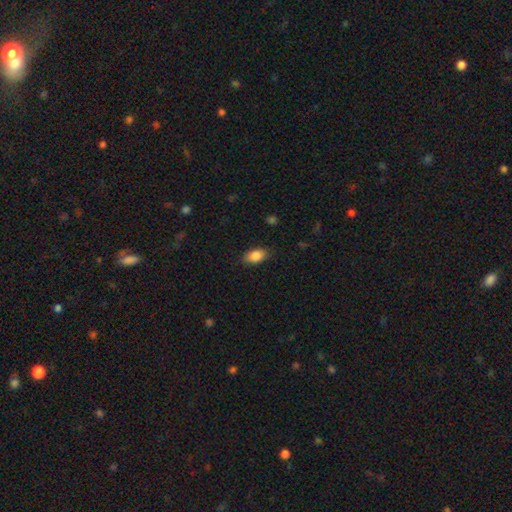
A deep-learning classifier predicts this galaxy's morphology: Overall: smooth (86%). How rounded: in between (90%). Merging: none (84%).